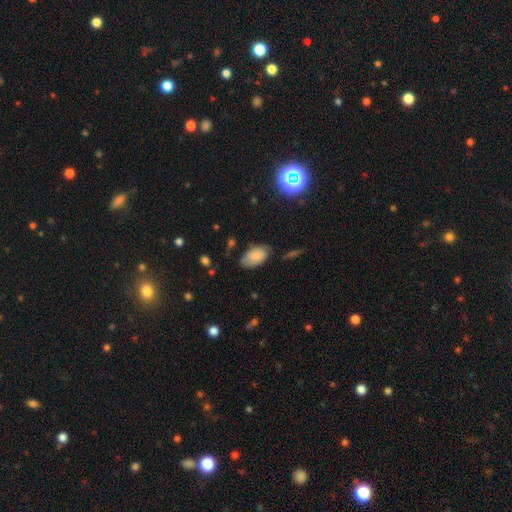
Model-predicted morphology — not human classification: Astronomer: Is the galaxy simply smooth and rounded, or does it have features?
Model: smooth — 82%.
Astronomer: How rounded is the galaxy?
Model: in between — 94%.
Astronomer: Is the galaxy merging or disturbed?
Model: none — 69%.